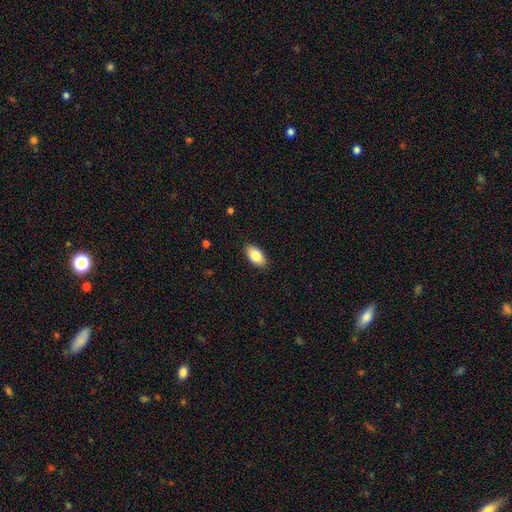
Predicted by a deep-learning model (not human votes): smooth 84%, featured or disk 9%, star or artifact 7%. Down the decision tree: how rounded — in between (94%); merging — none (89%).